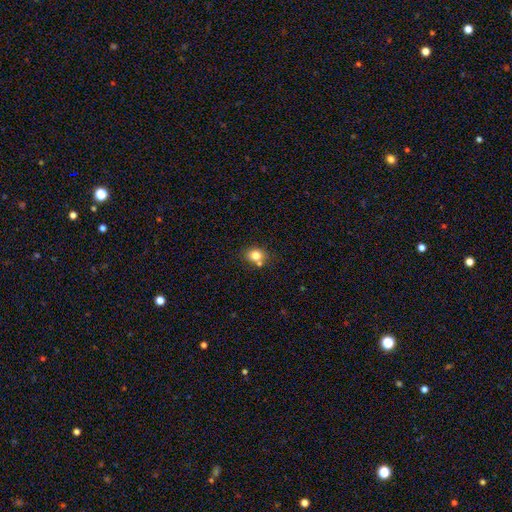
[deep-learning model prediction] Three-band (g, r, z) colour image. It shows a smooth galaxy with no disk features (79%) that is round (67%). Merging: none (67%).